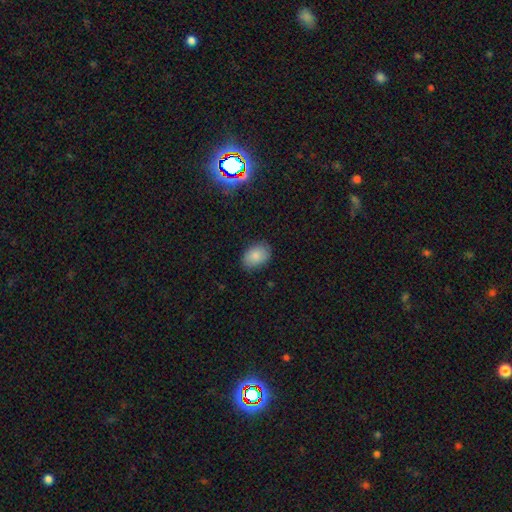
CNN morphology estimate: smooth-or-featured: smooth: 84% | featured or disk: 8% | star or artifact: 8%
  how-rounded: in between: 82% | round: 17% | cigar-shaped: 1%
  merging: none: 83% | minor disturbance: 13% | major disturbance: 3% | merger: 1%